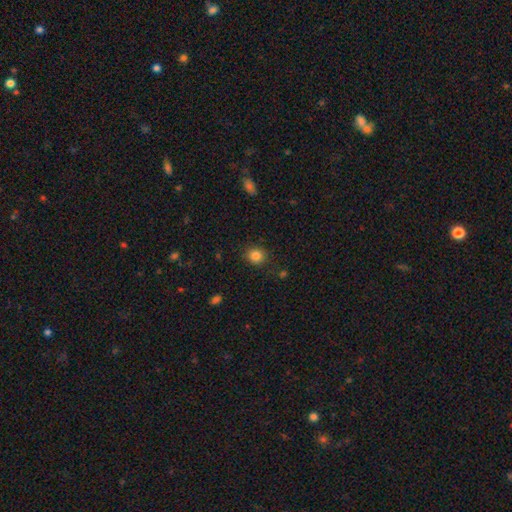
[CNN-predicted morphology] Smooth or featured? smooth (84%)
How rounded? round (79%)
Merging? none (86%)